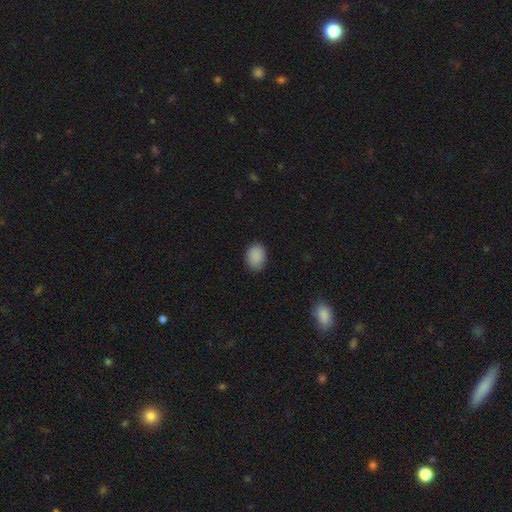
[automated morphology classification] smooth-or-featured: smooth: 89% | star or artifact: 8% | featured or disk: 3%
  how-rounded: in between: 62% | round: 37% | cigar-shaped: 1%
  merging: none: 83% | minor disturbance: 13% | major disturbance: 3% | merger: 1%